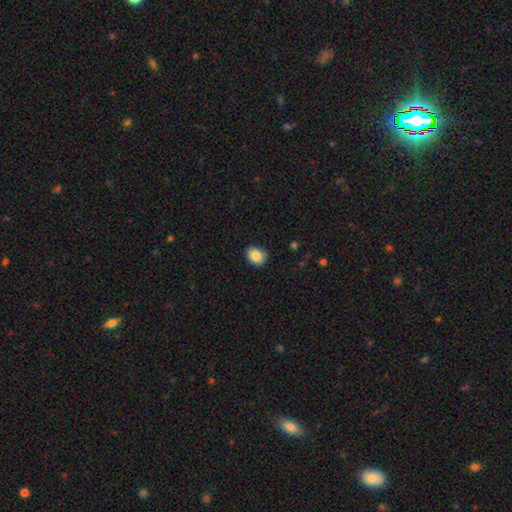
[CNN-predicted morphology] This is clearly a smooth galaxy (85%). How rounded: likely in between (62%). Merging: likely none (78%).